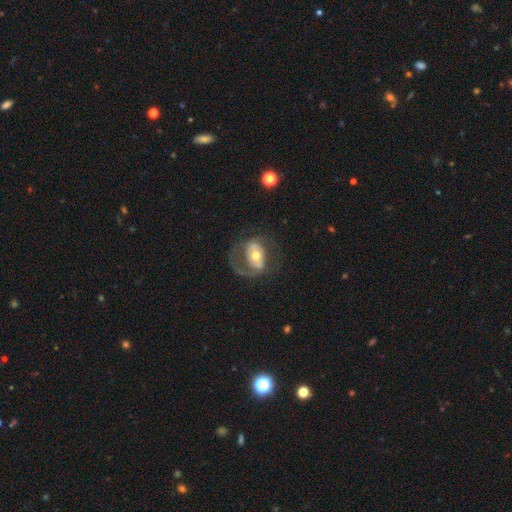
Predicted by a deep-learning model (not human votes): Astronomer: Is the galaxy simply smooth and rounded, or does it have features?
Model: featured or disk — 72%.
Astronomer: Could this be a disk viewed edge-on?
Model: no — 96%.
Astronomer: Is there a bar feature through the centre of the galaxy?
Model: no — 50% (runner-up: weak, 30%).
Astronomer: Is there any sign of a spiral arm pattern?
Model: yes — 75%.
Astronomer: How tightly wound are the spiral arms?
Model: medium — 44% (runner-up: loose, 32%).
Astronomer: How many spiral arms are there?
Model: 2 — 60%.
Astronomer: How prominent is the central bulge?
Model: moderate — 71%.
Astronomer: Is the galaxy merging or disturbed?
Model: none — 52% (runner-up: major disturbance, 29%).